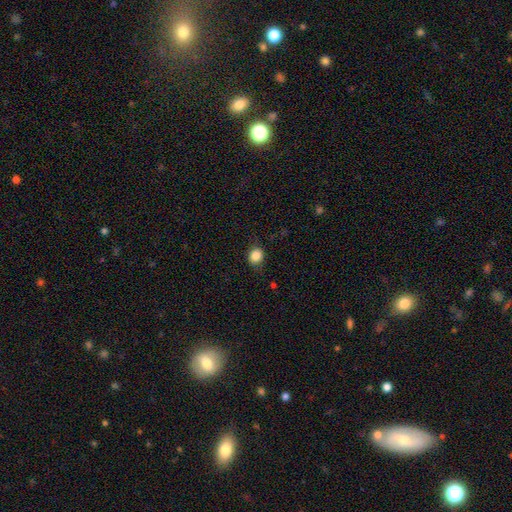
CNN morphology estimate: smooth-or-featured: smooth: 86% | star or artifact: 10% | featured or disk: 4%
  how-rounded: round: 73% | in between: 26% | cigar-shaped: 1%
  merging: none: 79% | minor disturbance: 16% | major disturbance: 4% | merger: 1%